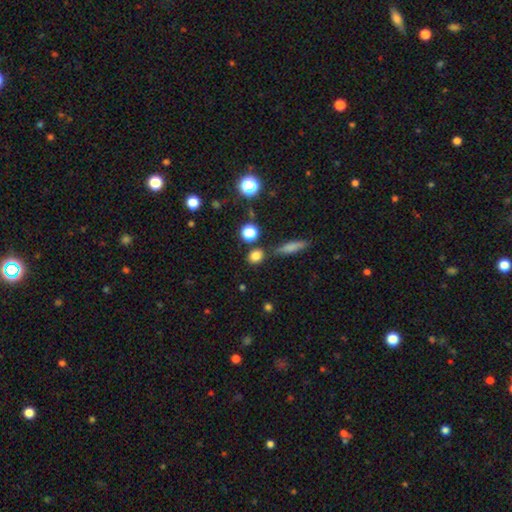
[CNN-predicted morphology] Overall: smooth (80%). How rounded: round (70%). Merging: none (77%).